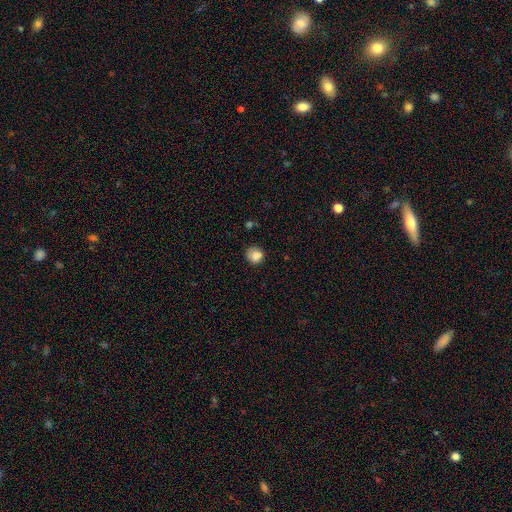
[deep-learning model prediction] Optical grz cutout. It shows a smooth galaxy with no disk features (83%) that is round (84%). Merging: none (72%).